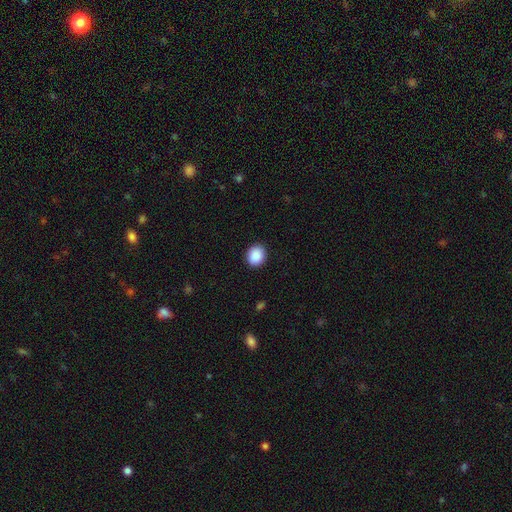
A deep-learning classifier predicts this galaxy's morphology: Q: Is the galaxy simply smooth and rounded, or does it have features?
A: smooth — 89%.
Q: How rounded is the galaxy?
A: round — 67%.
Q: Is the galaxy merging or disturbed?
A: none — 91%.